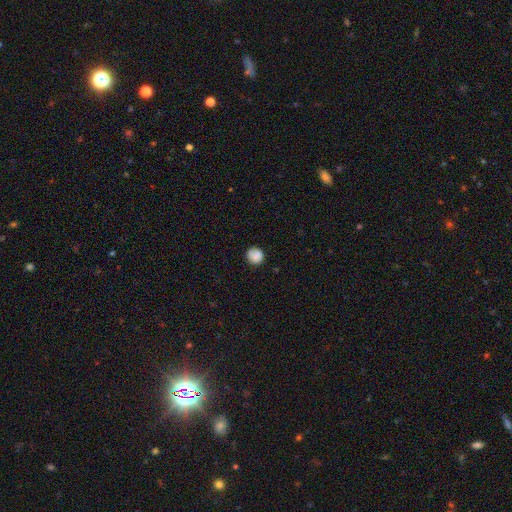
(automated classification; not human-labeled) A smooth galaxy with no disk features (85%) that is round (88%).

Vote fractions:
- Smooth or featured? smooth: 85% / star or artifact: 9% / featured or disk: 6%
- How rounded? round: 88% / in between: 11% / cigar-shaped: 1%
- Merging? none: 81% / minor disturbance: 14% / major disturbance: 3% / merger: 2%